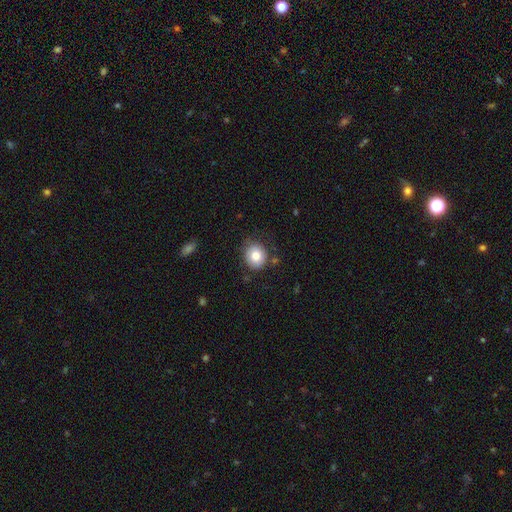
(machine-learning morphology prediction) Q: Smooth or featured?
A: smooth (81%); runner-up: featured or disk (11%)
Q: How rounded?
A: round (76%); runner-up: in between (23%)
Q: Merging?
A: none (78%); runner-up: minor disturbance (16%)